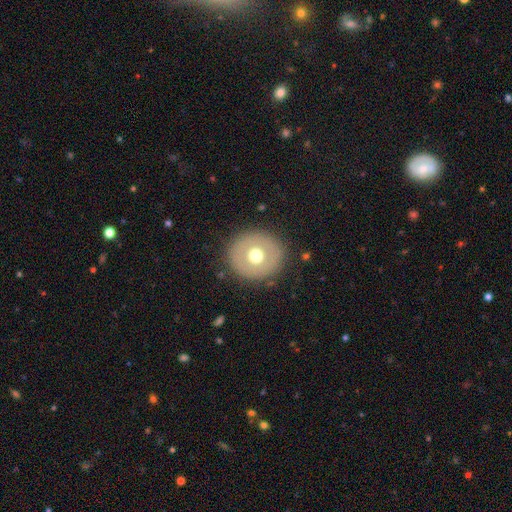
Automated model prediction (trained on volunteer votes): Morphology: type=smooth (59%); roundness=round (90%); merging=none (87%).